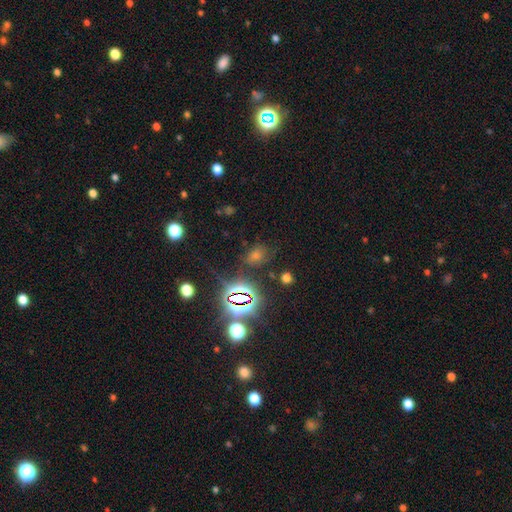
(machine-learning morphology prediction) A star or artifact, not a galaxy (58%).

Vote fractions:
- Smooth or featured? star or artifact: 58% / smooth: 31% / featured or disk: 11%